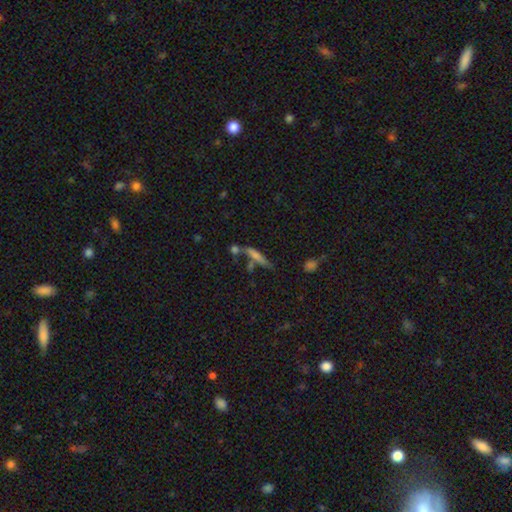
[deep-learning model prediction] Q: Smooth or featured?
A: smooth (58%); runner-up: featured or disk (30%)
Q: How rounded?
A: cigar-shaped (84%); runner-up: in between (13%)
Q: Merging?
A: none (54%); runner-up: merger (23%)